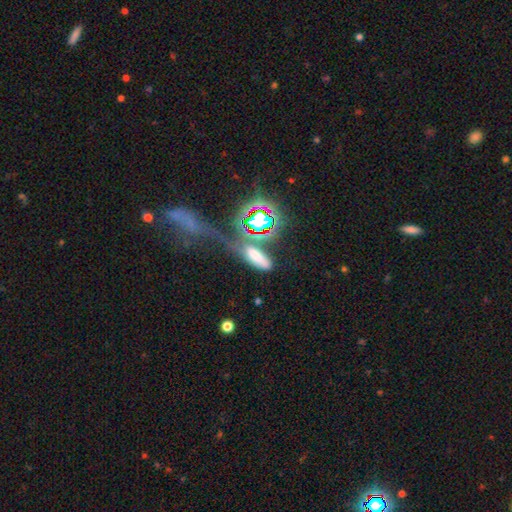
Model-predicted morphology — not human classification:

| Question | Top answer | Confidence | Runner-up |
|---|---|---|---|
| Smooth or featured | smooth | 60% | star or artifact (26%) |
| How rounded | in between | 62% | cigar-shaped (29%) |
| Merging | none | 47% | merger (20%) |